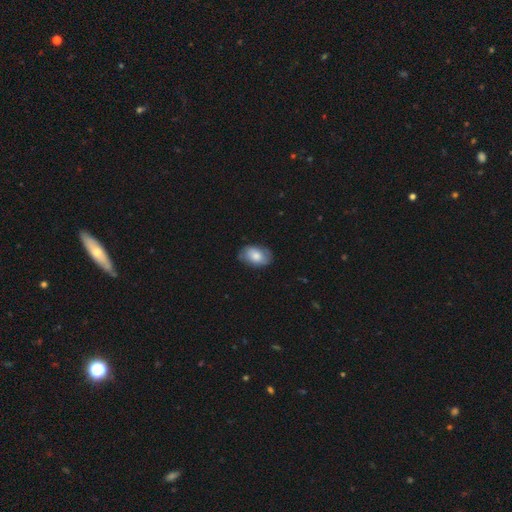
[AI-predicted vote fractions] Smooth or featured? Predicted: smooth (p=0.68). How rounded? Predicted: in between (p=0.88). Merging? Predicted: none (p=0.74).